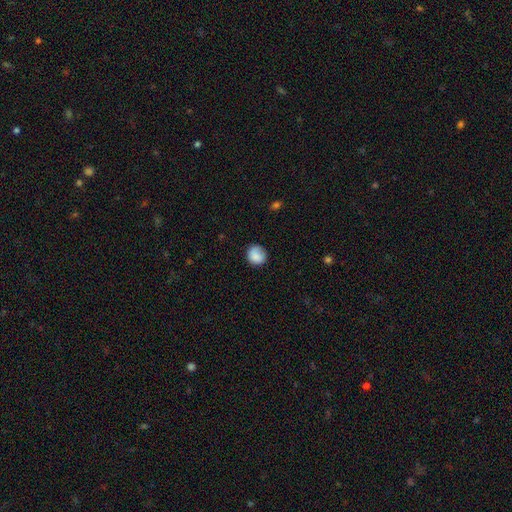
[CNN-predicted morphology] Smooth or featured? Predicted: smooth (p=0.86). How rounded? Predicted: round (p=0.87). Merging? Predicted: none (p=0.78).